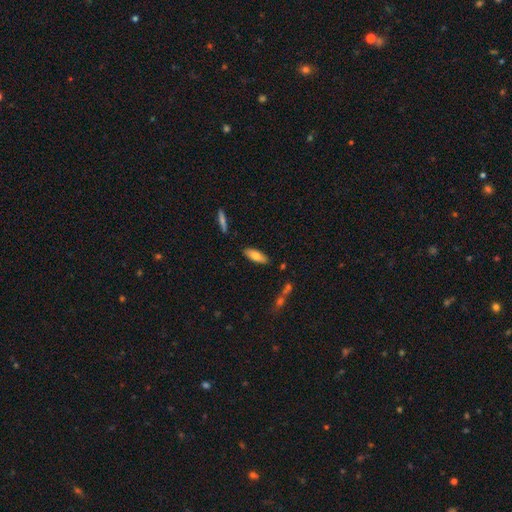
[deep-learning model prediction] Smooth or featured?
  - smooth: 73% *
  - featured or disk: 21%
  - star or artifact: 7%
How rounded?
  - in between: 59% *
  - cigar-shaped: 39%
  - round: 2%
Merging?
  - none: 85% *
  - minor disturbance: 10%
  - merger: 3%
  - major disturbance: 2%